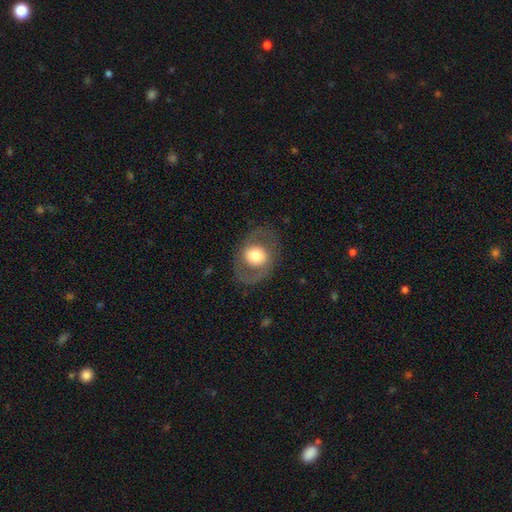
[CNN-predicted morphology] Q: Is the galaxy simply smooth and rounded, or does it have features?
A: featured or disk — 50%.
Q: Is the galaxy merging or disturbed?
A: none — 77%.